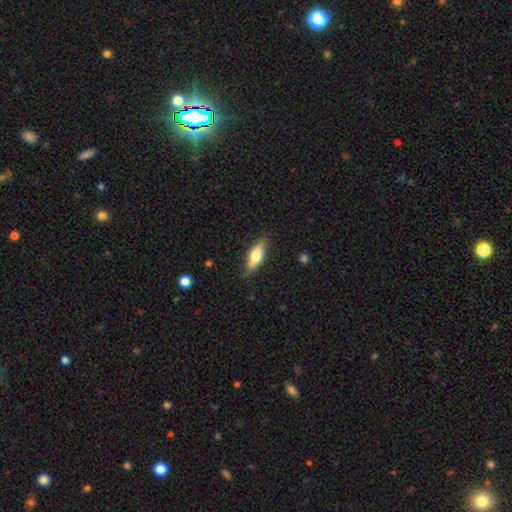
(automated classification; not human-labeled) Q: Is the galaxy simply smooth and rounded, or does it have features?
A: smooth — 67%.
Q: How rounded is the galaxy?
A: in between — 60%.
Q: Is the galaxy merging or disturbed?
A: none — 81%.